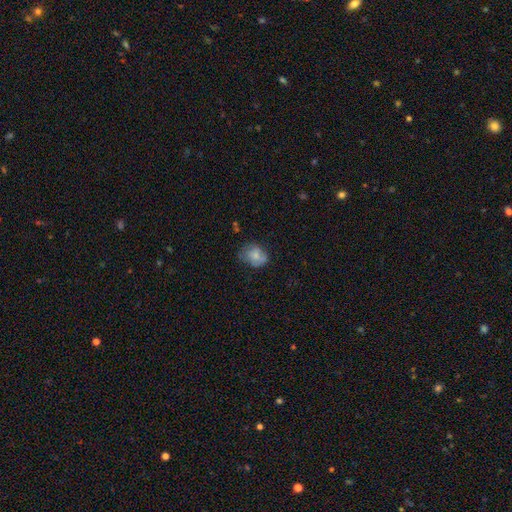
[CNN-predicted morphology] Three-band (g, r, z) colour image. It shows a smooth galaxy with no disk features (69%) that is in between round and cigar-shaped (50%). Merging: none (52%).